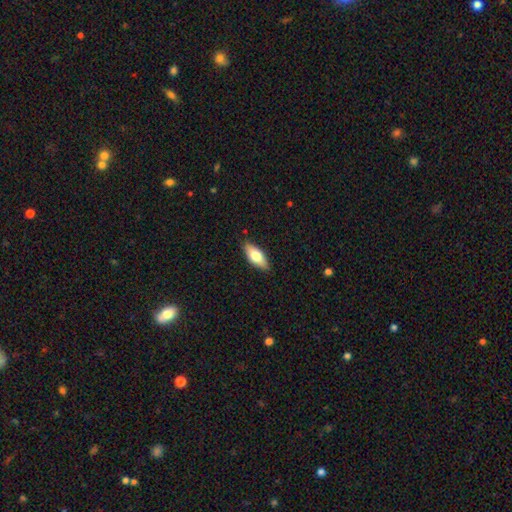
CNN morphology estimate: Smooth or featured?
  - smooth: 68% *
  - featured or disk: 26%
  - star or artifact: 6%
How rounded?
  - in between: 79% *
  - cigar-shaped: 18%
  - round: 3%
Merging?
  - none: 88% *
  - minor disturbance: 10%
  - major disturbance: 2%
  - merger: 1%